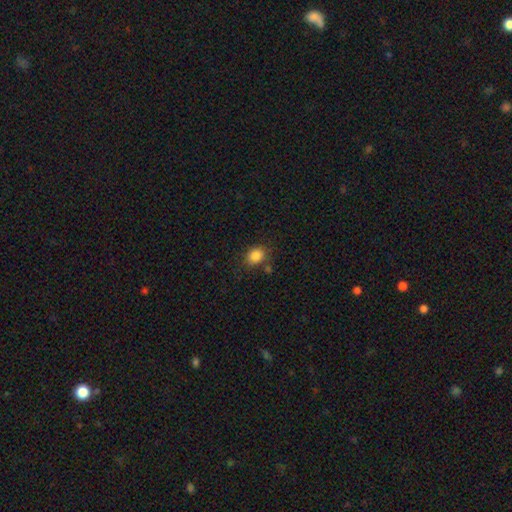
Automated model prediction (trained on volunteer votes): smooth-or-featured: smooth: 85% | star or artifact: 10% | featured or disk: 5%
  how-rounded: round: 51% | in between: 48% | cigar-shaped: 1%
  merging: none: 76% | minor disturbance: 14% | merger: 6% | major disturbance: 4%